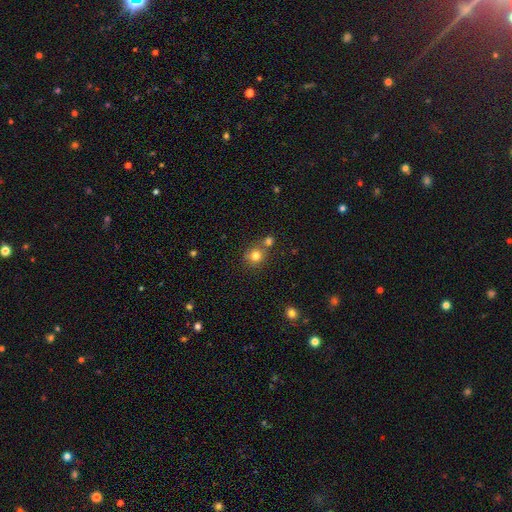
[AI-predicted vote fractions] Morphology: type=smooth (78%); roundness=round (86%); merging=none (62%).